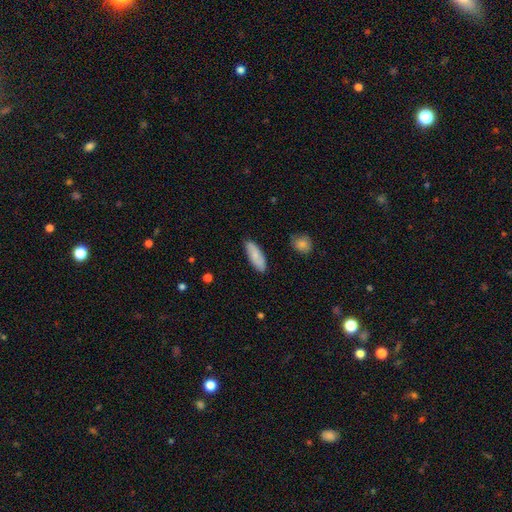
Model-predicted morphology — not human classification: A smooth galaxy with no disk features (79%) that is in between round and cigar-shaped (67%).

Vote fractions:
- Smooth or featured? smooth: 79% / featured or disk: 15% / star or artifact: 6%
- How rounded? in between: 67% / cigar-shaped: 31% / round: 2%
- Merging? none: 84% / minor disturbance: 12% / major disturbance: 2% / merger: 2%